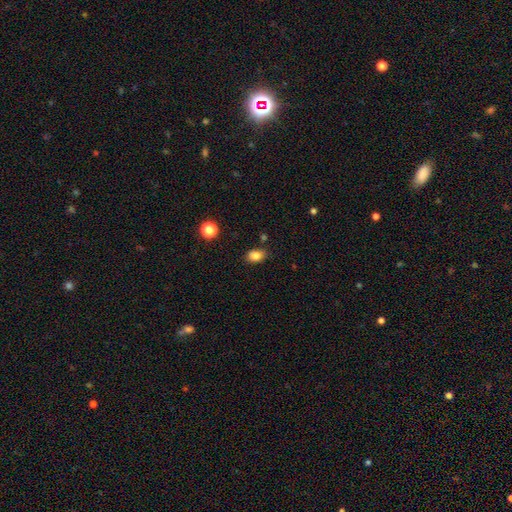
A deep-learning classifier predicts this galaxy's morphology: Smooth or featured? smooth (83%)
How rounded? in between (77%)
Merging? none (81%)